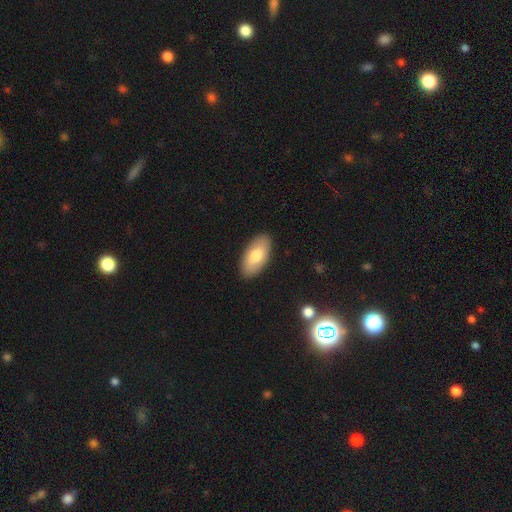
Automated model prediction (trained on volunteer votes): smooth 74%, featured or disk 21%, star or artifact 5%. Down the decision tree: how rounded — in between (94%); merging — none (89%).